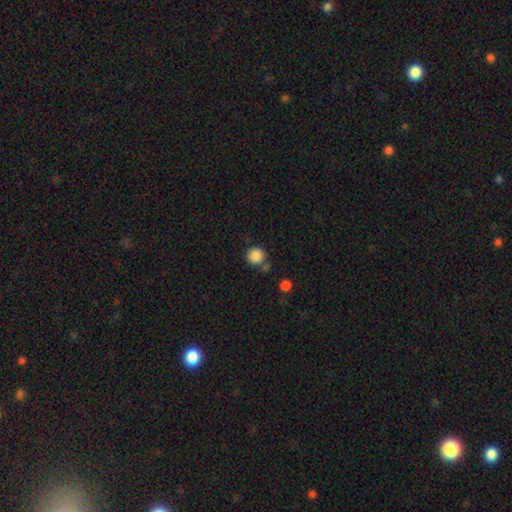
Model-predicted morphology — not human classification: smooth-or-featured: smooth: 86% | star or artifact: 10% | featured or disk: 4%
  how-rounded: round: 93% | in between: 6% | cigar-shaped: 1%
  merging: none: 72% | merger: 12% | minor disturbance: 12% | major disturbance: 4%